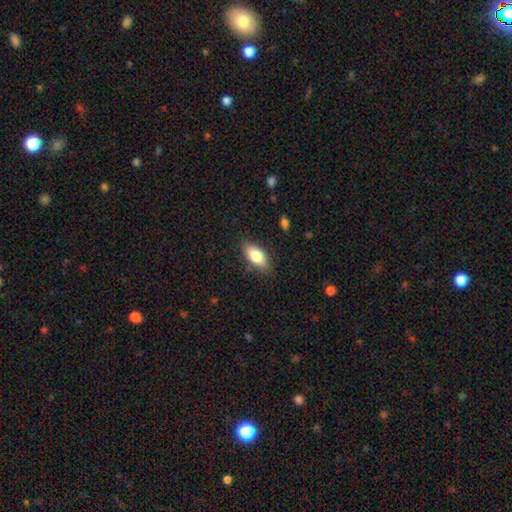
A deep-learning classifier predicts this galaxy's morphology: Q: Smooth or featured?
A: smooth (80%); runner-up: featured or disk (13%)
Q: How rounded?
A: in between (87%); runner-up: cigar-shaped (10%)
Q: Merging?
A: none (84%); runner-up: minor disturbance (12%)